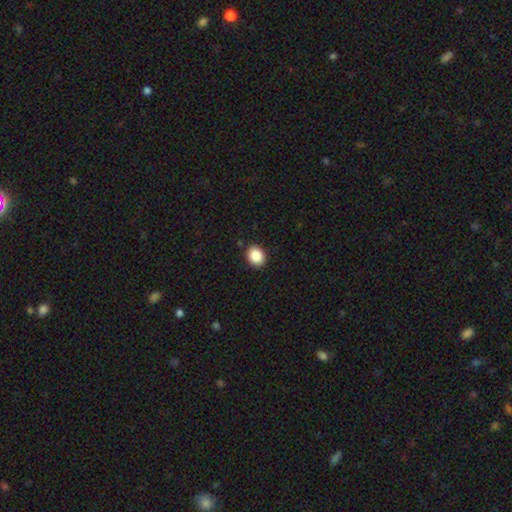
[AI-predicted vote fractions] smooth 88%, star or artifact 9%, featured or disk 4%. Down the decision tree: how rounded — round (57%); merging — none (90%).